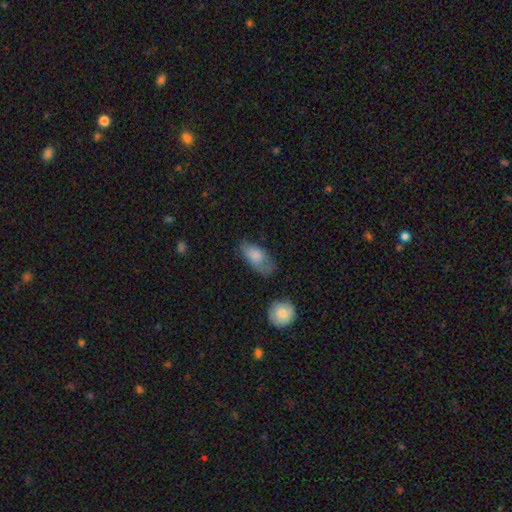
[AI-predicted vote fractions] Smooth or featured: smooth — 75% (featured or disk — 18%)
How rounded: in between — 89% (cigar-shaped — 6%)
Merging: none — 49% (minor disturbance — 34%)